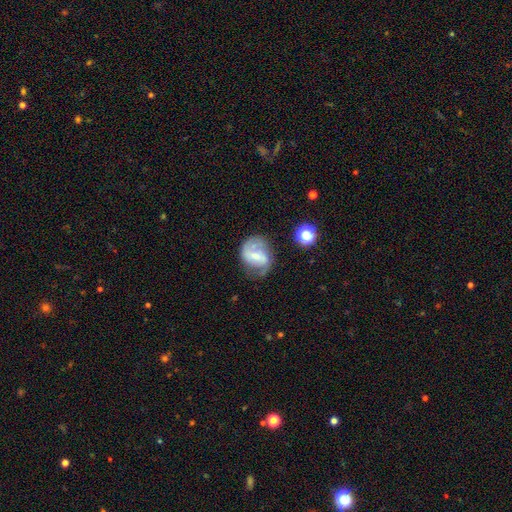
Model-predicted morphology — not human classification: Smooth or featured? Predicted: featured or disk (p=0.66). Edge-on disk? Predicted: no (p=0.97). Bar? Predicted: weak (p=0.48). Spiral arms? Predicted: yes (p=0.83). Spiral winding? Predicted: medium (p=0.44). Spiral arm count? Predicted: 2 (p=0.73). Bulge size? Predicted: small (p=0.51). Merging? Predicted: none (p=0.51).